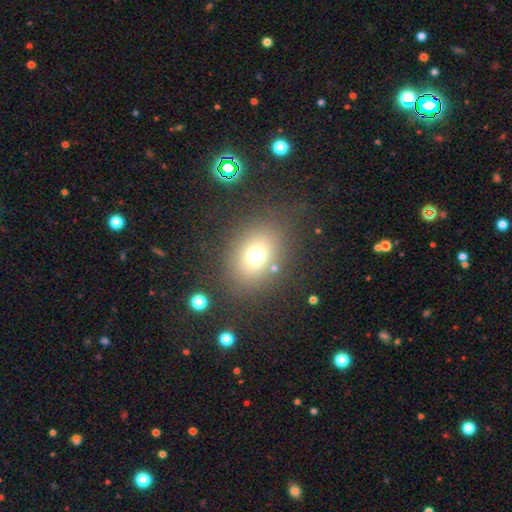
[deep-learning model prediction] Smooth or featured?
  - smooth: 68% *
  - star or artifact: 20%
  - featured or disk: 12%
How rounded?
  - round: 53% *
  - in between: 46%
  - cigar-shaped: 1%
Merging?
  - none: 80% *
  - minor disturbance: 10%
  - major disturbance: 7%
  - merger: 4%